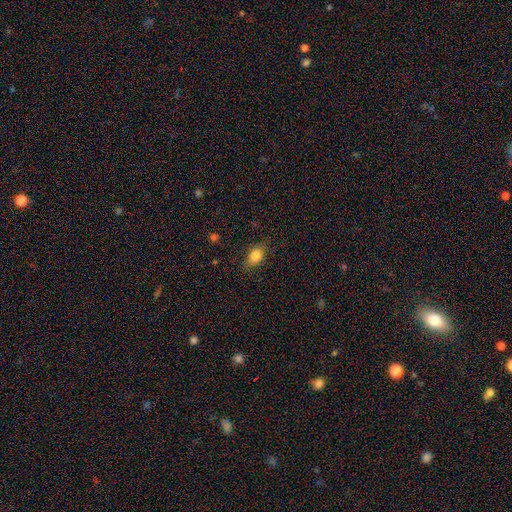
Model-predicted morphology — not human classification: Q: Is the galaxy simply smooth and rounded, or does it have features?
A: smooth — 83%.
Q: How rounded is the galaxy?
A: in between — 79%.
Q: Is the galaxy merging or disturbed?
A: none — 80%.